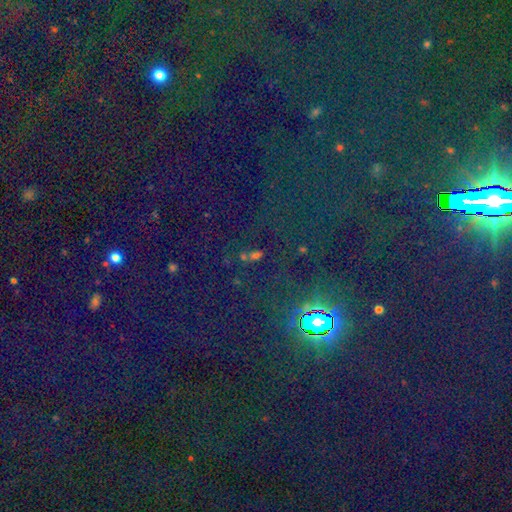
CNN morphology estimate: Smooth or featured: star or artifact — 61% (smooth — 30%)